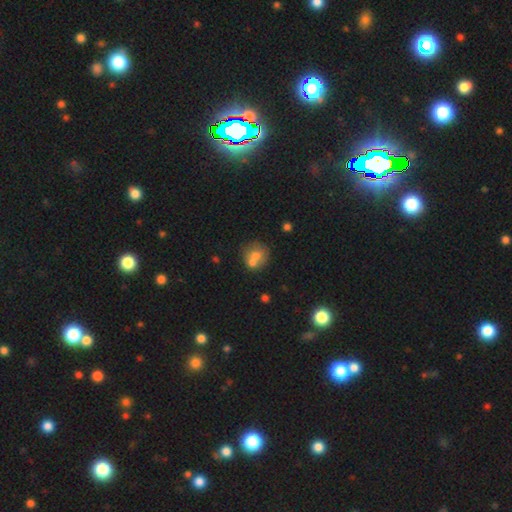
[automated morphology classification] Overall: smooth (65%). How rounded: round (78%). Merging: merger (47%; none 39%).